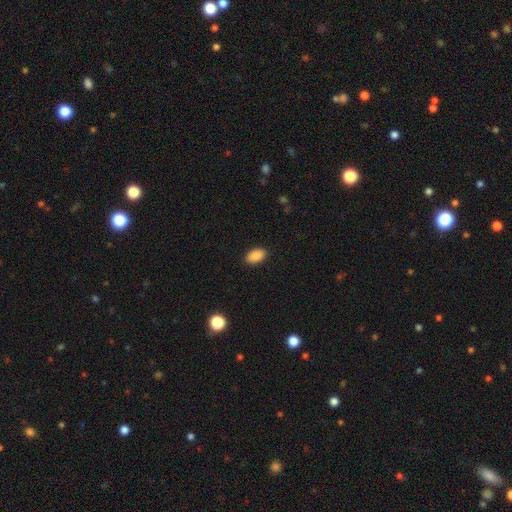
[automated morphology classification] smooth-or-featured: smooth: 89% | star or artifact: 7% | featured or disk: 3%
  how-rounded: in between: 93% | round: 5% | cigar-shaped: 2%
  merging: none: 89% | minor disturbance: 8% | major disturbance: 2% | merger: 1%